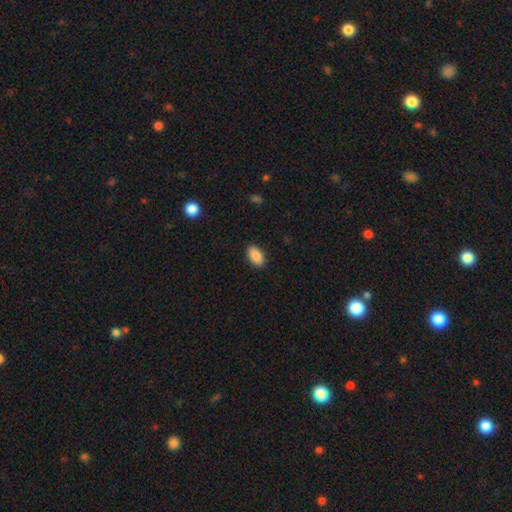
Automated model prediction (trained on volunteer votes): smooth 89%, star or artifact 7%, featured or disk 4%. Down the decision tree: how rounded — in between (93%); merging — none (89%).